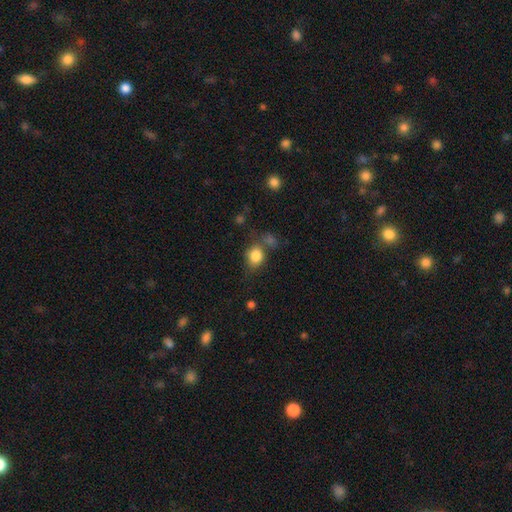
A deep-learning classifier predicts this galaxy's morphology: The model was most divided on "how rounded": round: 60%, in between: 39%, cigar-shaped: 1%. More confident: smooth or featured — smooth (83%); merging — none (60%).